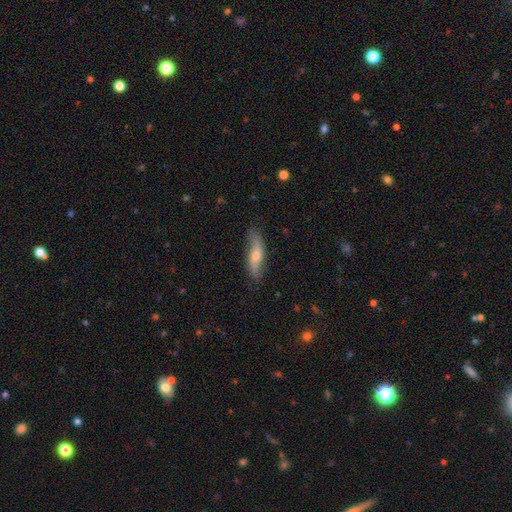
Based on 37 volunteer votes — Overall: featured or disk (70%). Edge-on disk: no (54%; yes 46%). Bar: no (64%). Spiral arms: yes (93%). Spiral arm count: 2 (92%). Spiral winding: loose (92%). Bulge size: small (50%; moderate 36%). Merging: none (85%).